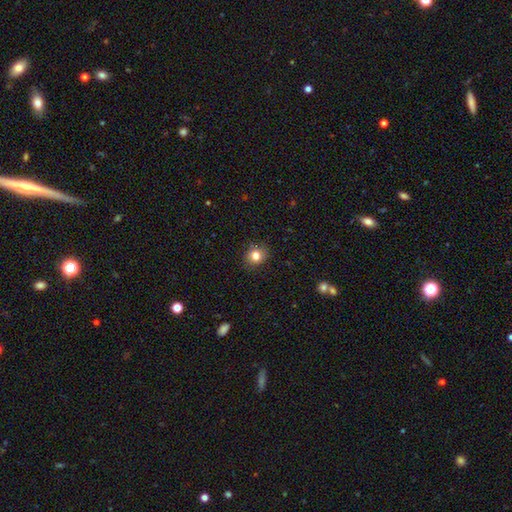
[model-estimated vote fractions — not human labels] Overall: smooth (81%). How rounded: round (77%). Merging: none (87%).